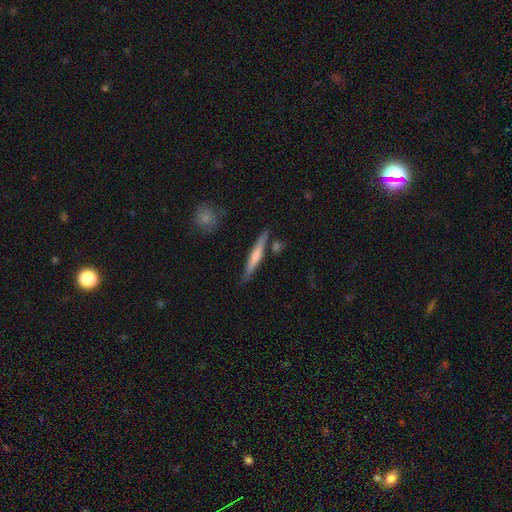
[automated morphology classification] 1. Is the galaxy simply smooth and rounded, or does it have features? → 54% smooth, 41% featured or disk, 5% star or artifact.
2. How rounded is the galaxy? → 93% cigar-shaped, 5% in between, 2% round.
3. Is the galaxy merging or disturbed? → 82% none, 11% minor disturbance, 5% merger, 2% major disturbance.